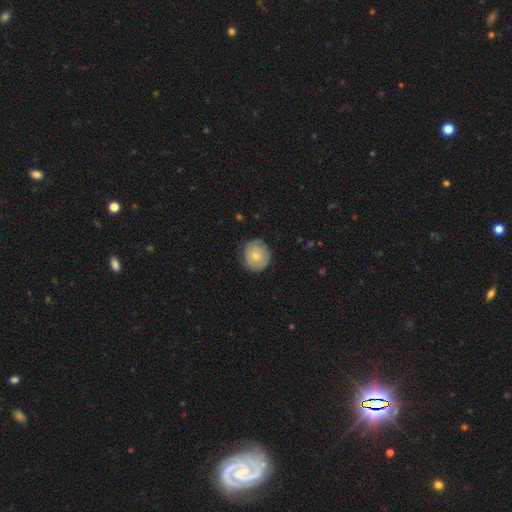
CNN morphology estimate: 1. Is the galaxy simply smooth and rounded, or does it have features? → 70% smooth, 23% featured or disk, 7% star or artifact.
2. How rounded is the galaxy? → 80% round, 20% in between, 1% cigar-shaped.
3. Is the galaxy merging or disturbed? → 74% none, 20% minor disturbance, 4% major disturbance, 1% merger.